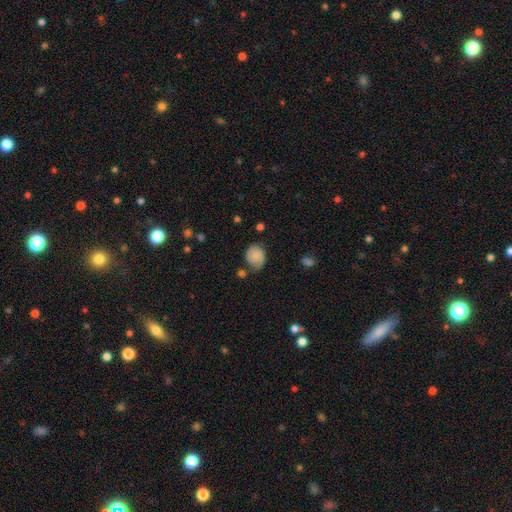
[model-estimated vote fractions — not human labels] Smooth or featured?
  - smooth: 62% *
  - featured or disk: 29%
  - star or artifact: 9%
How rounded?
  - round: 59% *
  - in between: 40%
  - cigar-shaped: 1%
Merging?
  - none: 55% *
  - minor disturbance: 29%
  - major disturbance: 10%
  - merger: 6%